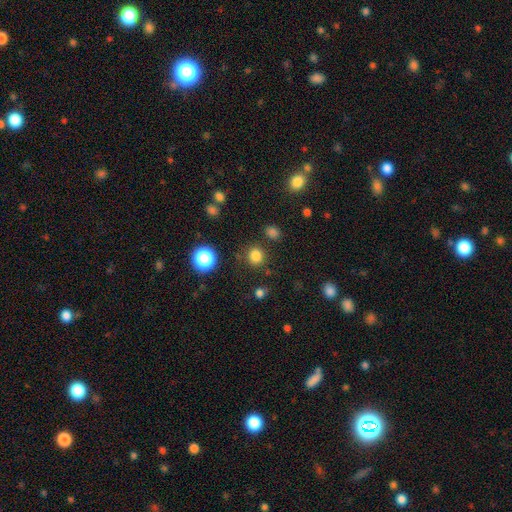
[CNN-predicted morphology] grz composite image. It shows a smooth galaxy with no disk features (79%) that is round (90%). Merging: none (86%).